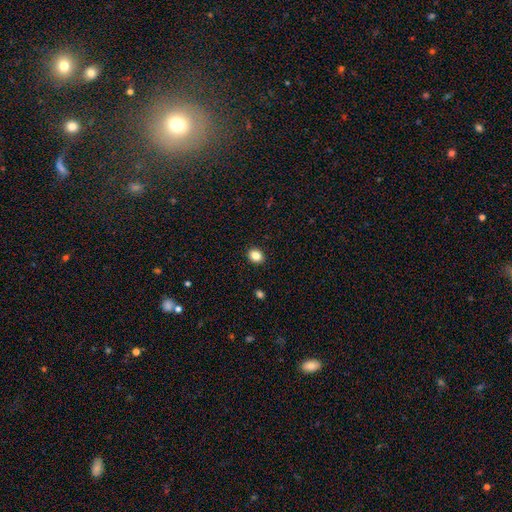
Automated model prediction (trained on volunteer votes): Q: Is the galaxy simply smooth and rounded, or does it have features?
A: smooth — 85%.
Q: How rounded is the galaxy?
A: round — 53%.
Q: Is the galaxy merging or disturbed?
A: none — 91%.